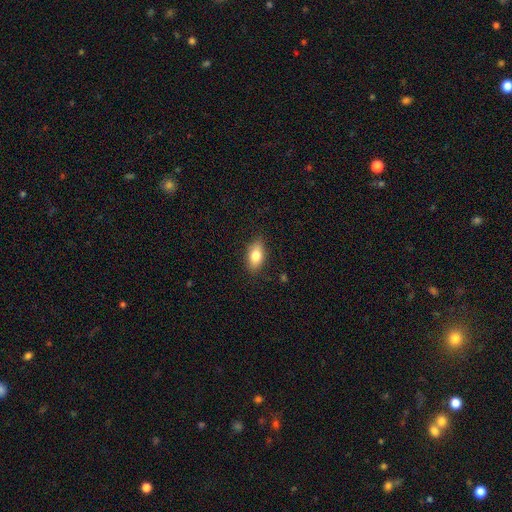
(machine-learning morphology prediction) Smooth or featured? smooth (80%)
How rounded? in between (88%)
Merging? none (85%)